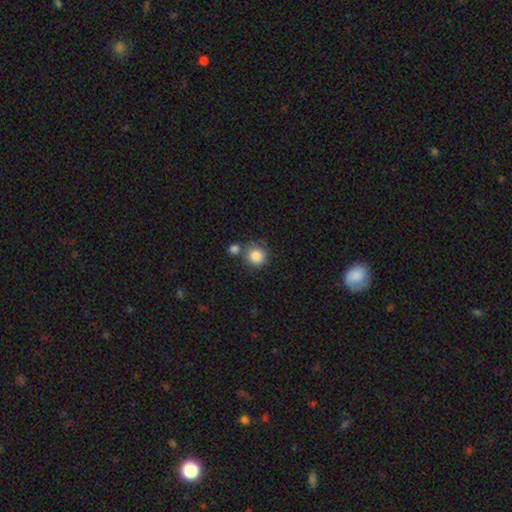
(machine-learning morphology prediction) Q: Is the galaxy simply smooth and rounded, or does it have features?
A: smooth — 85%.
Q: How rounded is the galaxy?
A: round — 92%.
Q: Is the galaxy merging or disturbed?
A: none — 61%.